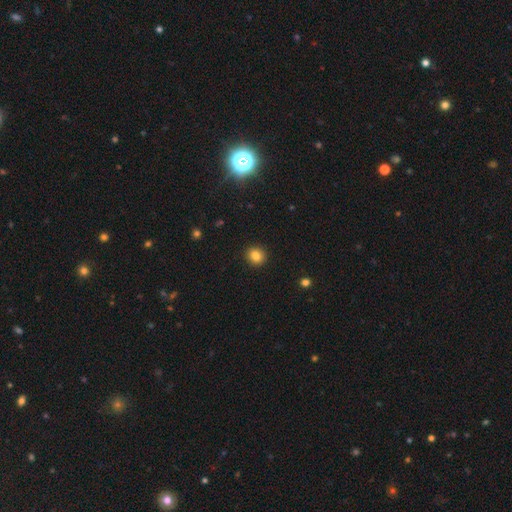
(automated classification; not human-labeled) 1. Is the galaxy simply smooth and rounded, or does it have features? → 84% smooth, 11% star or artifact, 5% featured or disk.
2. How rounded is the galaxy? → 82% round, 17% in between, 1% cigar-shaped.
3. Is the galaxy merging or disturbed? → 91% none, 6% minor disturbance, 2% major disturbance, 1% merger.